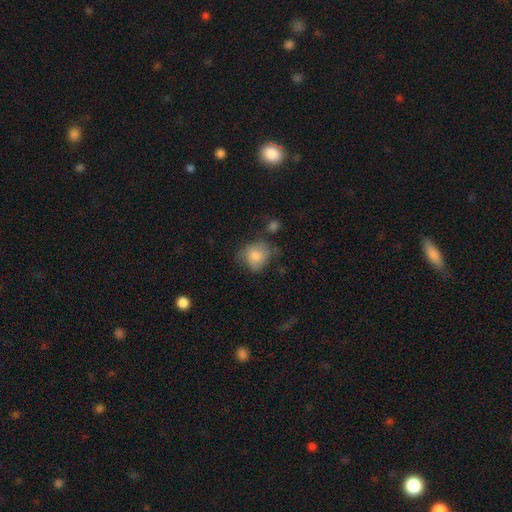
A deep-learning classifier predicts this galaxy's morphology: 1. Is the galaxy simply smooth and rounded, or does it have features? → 79% smooth, 13% featured or disk, 8% star or artifact.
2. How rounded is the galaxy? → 62% round, 37% in between, 1% cigar-shaped.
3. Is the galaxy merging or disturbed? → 47% none, 32% minor disturbance, 15% major disturbance, 6% merger.